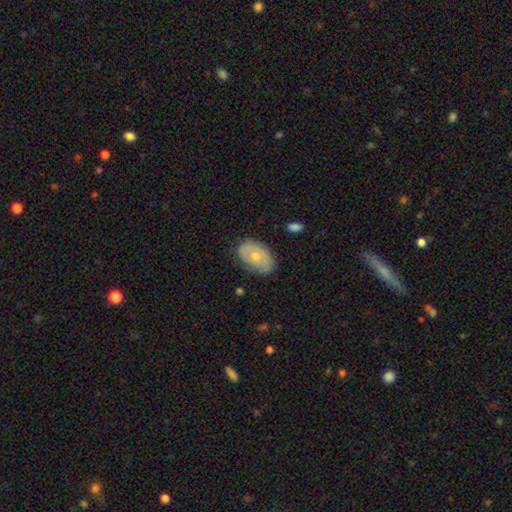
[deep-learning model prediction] A smooth galaxy with no disk features (56%) that is in between round and cigar-shaped (87%).

Vote fractions:
- Smooth or featured? smooth: 56% / featured or disk: 37% / star or artifact: 7%
- How rounded? in between: 87% / round: 12% / cigar-shaped: 1%
- Merging? none: 73% / minor disturbance: 21% / major disturbance: 5% / merger: 1%